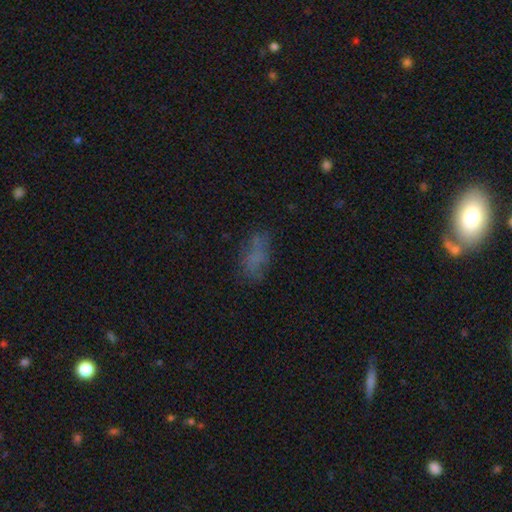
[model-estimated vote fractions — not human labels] Morphology: type=smooth (61%); roundness=in between (84%); merging=none (60%).